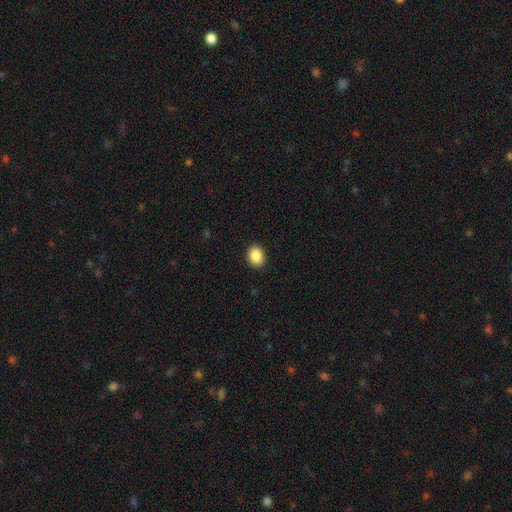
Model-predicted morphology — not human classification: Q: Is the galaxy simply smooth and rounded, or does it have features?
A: smooth — 89%.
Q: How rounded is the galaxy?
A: in between — 58%.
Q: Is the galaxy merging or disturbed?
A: none — 90%.